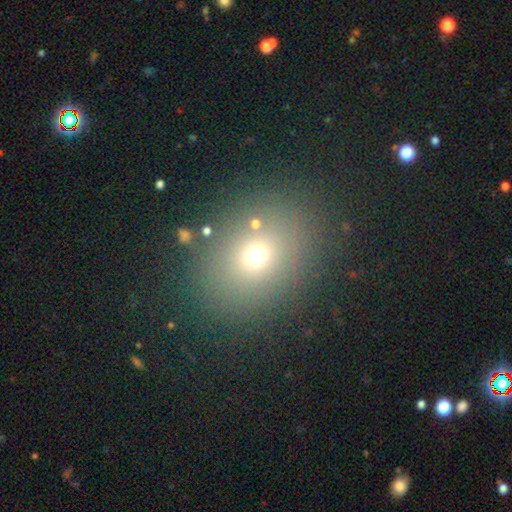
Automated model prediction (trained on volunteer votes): Q: Smooth or featured?
A: smooth (66%); runner-up: star or artifact (21%)
Q: How rounded?
A: in between (51%); runner-up: round (48%)
Q: Merging?
A: none (83%); runner-up: minor disturbance (9%)